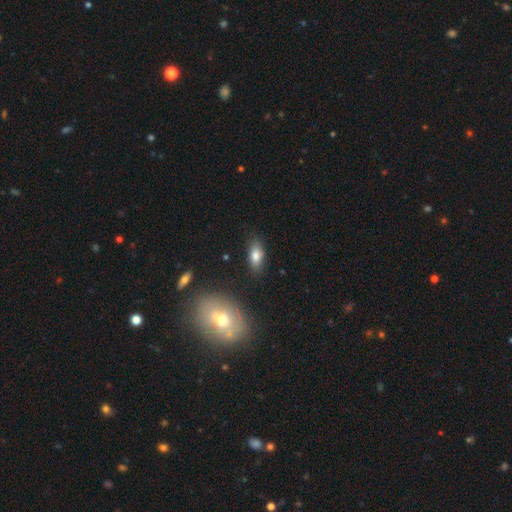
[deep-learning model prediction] A smooth galaxy with no disk features (79%) that is in between round and cigar-shaped (84%).

Vote fractions:
- Smooth or featured? smooth: 79% / featured or disk: 12% / star or artifact: 9%
- How rounded? in between: 84% / cigar-shaped: 11% / round: 5%
- Merging? none: 82% / minor disturbance: 13% / major disturbance: 3% / merger: 2%